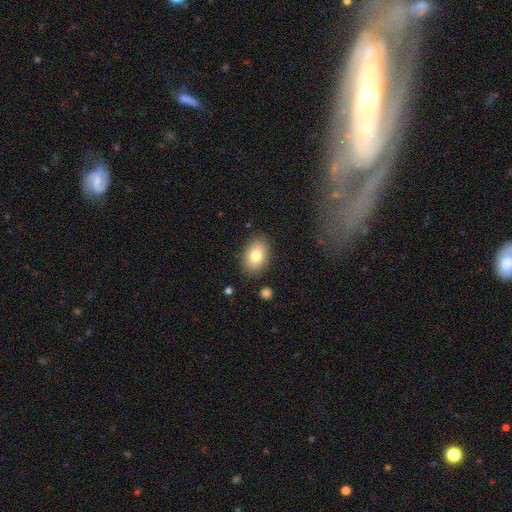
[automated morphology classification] Q: Smooth or featured?
A: smooth (80%); runner-up: featured or disk (12%)
Q: How rounded?
A: in between (83%); runner-up: round (16%)
Q: Merging?
A: none (85%); runner-up: minor disturbance (10%)